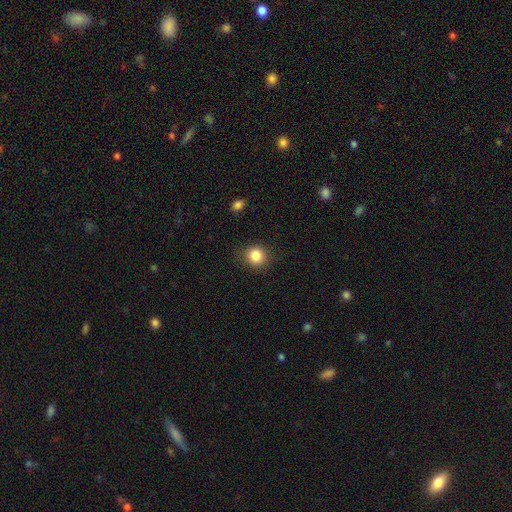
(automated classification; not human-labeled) Morphology: type=smooth (85%); roundness=round (83%); merging=none (86%).